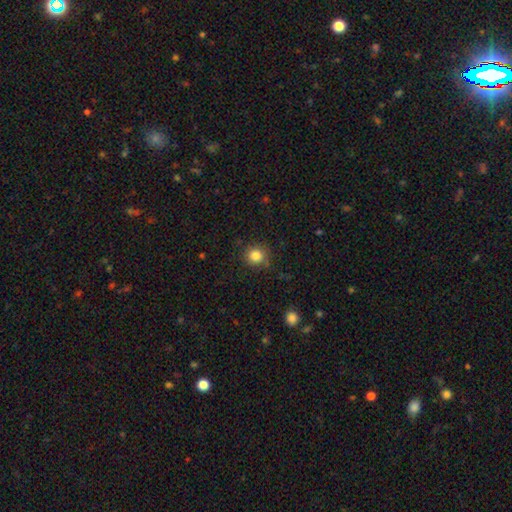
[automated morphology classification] smooth_or_featured: smooth (p=0.83) [alt: star or artifact p=0.11]
how_rounded: round (p=0.90) [alt: in between p=0.09]
merging: none (p=0.80) [alt: minor disturbance p=0.15]